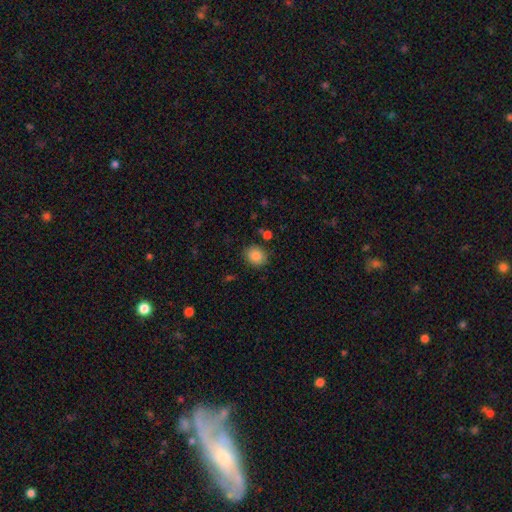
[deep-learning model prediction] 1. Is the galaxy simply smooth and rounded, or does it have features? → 87% smooth, 9% star or artifact, 4% featured or disk.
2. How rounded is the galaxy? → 67% round, 32% in between, 1% cigar-shaped.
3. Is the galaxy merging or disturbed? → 84% none, 10% minor disturbance, 3% major disturbance, 3% merger.